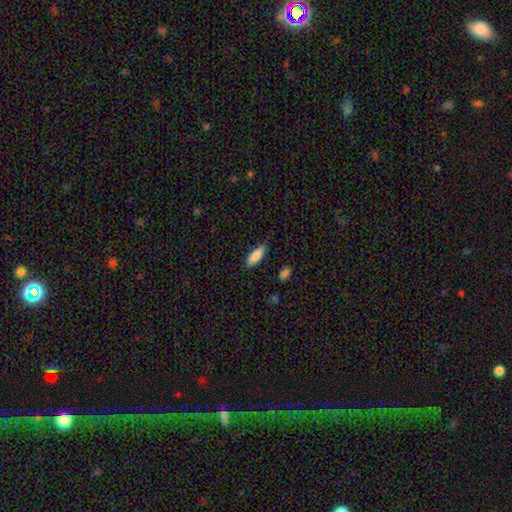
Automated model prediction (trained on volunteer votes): Smooth or featured? Predicted: smooth (p=0.86). How rounded? Predicted: in between (p=0.66). Merging? Predicted: none (p=0.80).